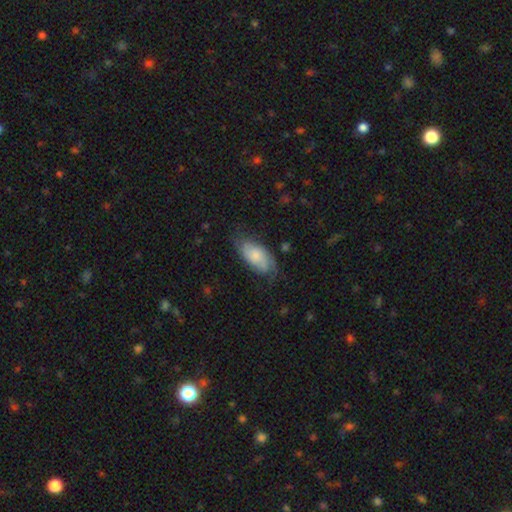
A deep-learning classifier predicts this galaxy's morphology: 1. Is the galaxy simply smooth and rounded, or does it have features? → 50% smooth, 43% featured or disk, 7% star or artifact.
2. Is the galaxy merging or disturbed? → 58% none, 27% minor disturbance, 13% major disturbance, 2% merger.